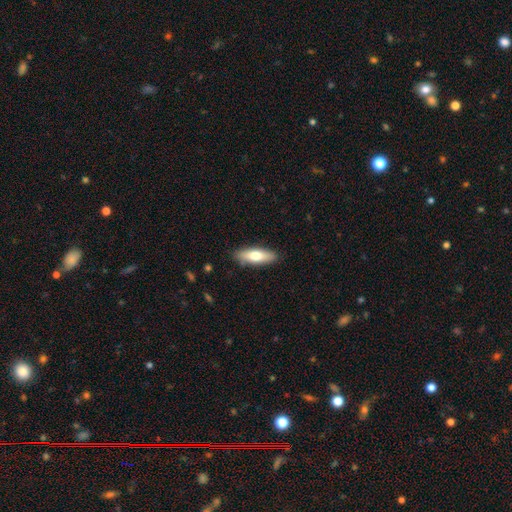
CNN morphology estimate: Overall: smooth (68%). How rounded: in between (55%; cigar-shaped 43%). Merging: none (87%).